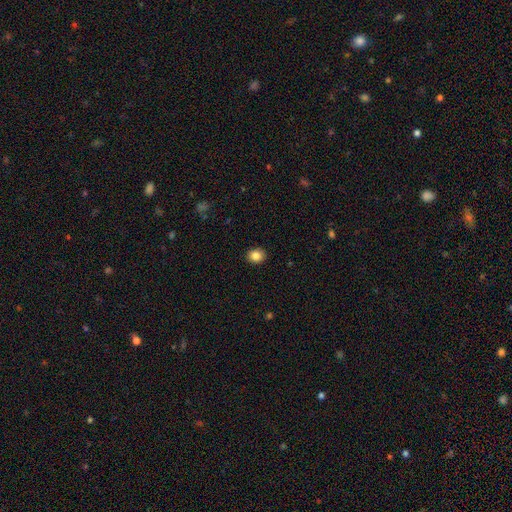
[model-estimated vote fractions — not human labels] A smooth galaxy with no disk features (85%) that is round (65%).

Vote fractions:
- Smooth or featured? smooth: 85% / star or artifact: 10% / featured or disk: 6%
- How rounded? round: 65% / in between: 34% / cigar-shaped: 1%
- Merging? none: 90% / minor disturbance: 7% / major disturbance: 2% / merger: 1%